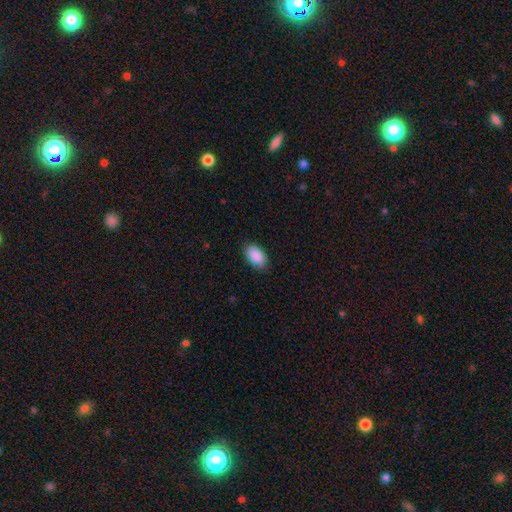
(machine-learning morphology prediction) smooth_or_featured: smooth (p=0.91) [alt: star or artifact p=0.06]
how_rounded: in between (p=0.93) [alt: round p=0.05]
merging: none (p=0.86) [alt: minor disturbance p=0.11]